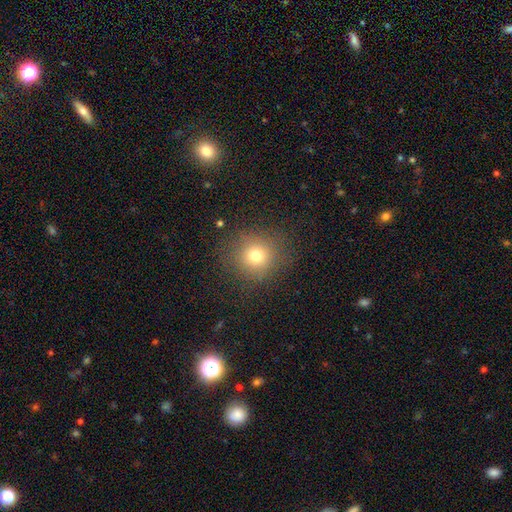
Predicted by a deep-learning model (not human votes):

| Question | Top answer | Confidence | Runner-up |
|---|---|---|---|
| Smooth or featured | smooth | 73% | star or artifact (17%) |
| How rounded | round | 89% | in between (10%) |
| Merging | none | 84% | minor disturbance (10%) |